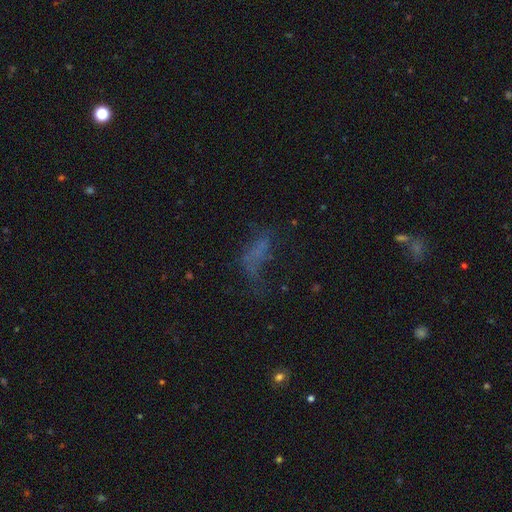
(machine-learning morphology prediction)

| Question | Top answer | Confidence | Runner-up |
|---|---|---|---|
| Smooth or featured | smooth | 39% | featured or disk (33%) |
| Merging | major disturbance | 41% | none (35%) |